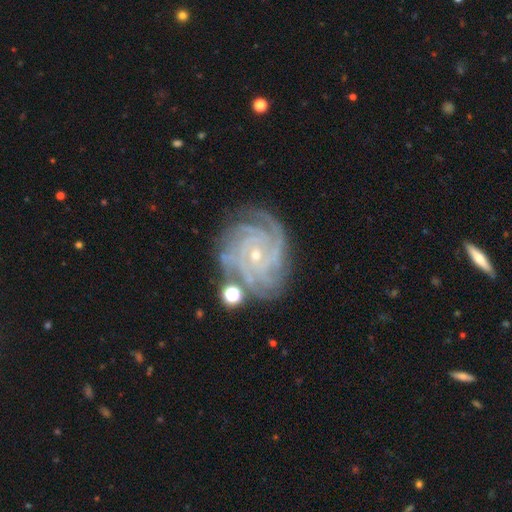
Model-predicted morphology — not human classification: A featured or disk galaxy (90%) with no bar (72%), 4 (35%) tight (80%) spiral arms (98%) and a small central bulge (78%).

Vote fractions:
- Smooth or featured? featured or disk: 90% / star or artifact: 6% / smooth: 4%
- Edge-on disk? no: 98% / yes: 2%
- Bar? no: 72% / weak: 21% / strong: 7%
- Spiral arms? yes: 98% / no: 2%
- Spiral winding? tight: 80% / medium: 18% / loose: 3%
- Spiral arm count? 4: 35% / 3: 18% / more than 4: 16% / can't tell: 16% / 2: 9% / 1: 7%
- Bulge size? small: 78% / moderate: 19% / none: 1% / large: 1% / dominant: 1%
- Merging? none: 74% / minor disturbance: 16% / major disturbance: 6% / merger: 4%